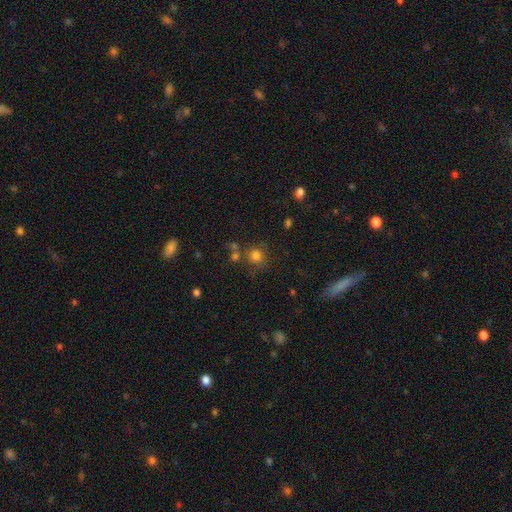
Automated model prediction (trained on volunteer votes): Smooth or featured? Predicted: smooth (p=0.77). How rounded? Predicted: round (p=0.90). Merging? Predicted: none (p=0.68).